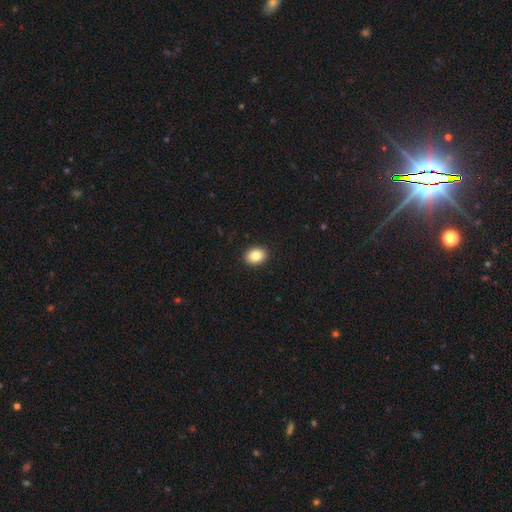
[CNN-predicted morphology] Overall: smooth (85%). How rounded: in between (53%; round 46%). Merging: none (92%).